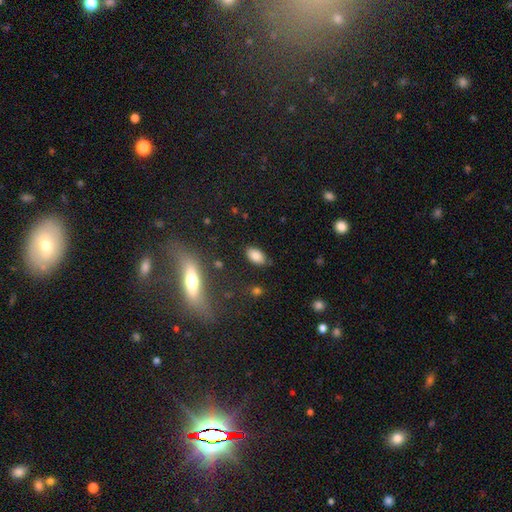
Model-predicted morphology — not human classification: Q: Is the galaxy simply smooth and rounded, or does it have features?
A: smooth — 84%.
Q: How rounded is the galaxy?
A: in between — 92%.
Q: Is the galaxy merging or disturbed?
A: none — 84%.